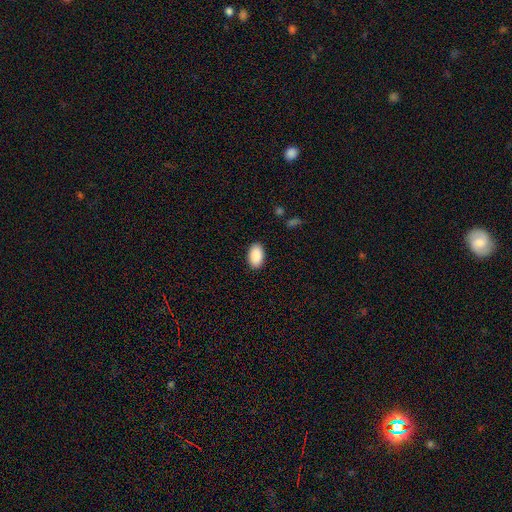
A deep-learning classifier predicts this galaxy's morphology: Q: Smooth or featured?
A: smooth (90%); runner-up: star or artifact (6%)
Q: How rounded?
A: in between (95%); runner-up: round (4%)
Q: Merging?
A: none (89%); runner-up: minor disturbance (8%)